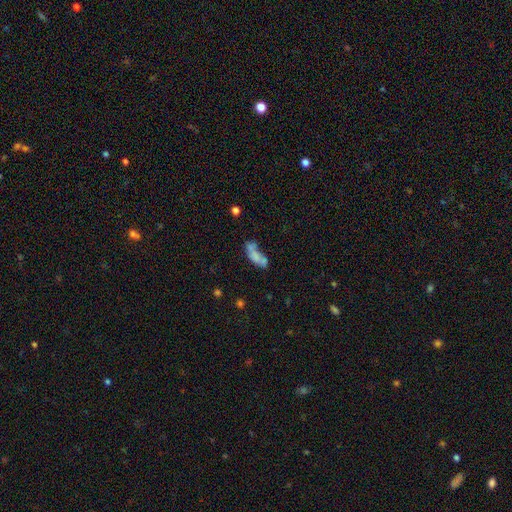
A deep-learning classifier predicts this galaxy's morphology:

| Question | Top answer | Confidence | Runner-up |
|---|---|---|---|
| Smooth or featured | smooth | 59% | featured or disk (29%) |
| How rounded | in between | 72% | cigar-shaped (23%) |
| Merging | merger | 37% | none (31%) |